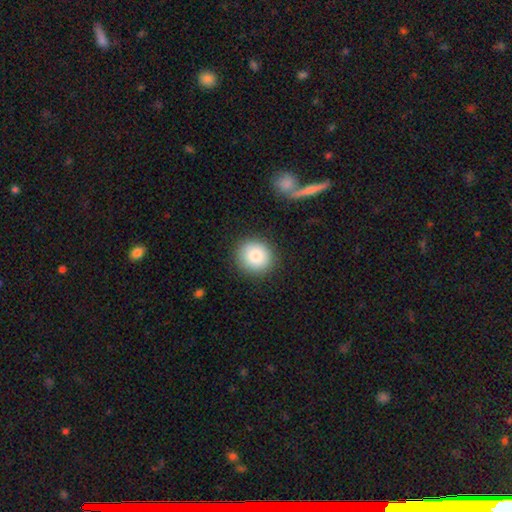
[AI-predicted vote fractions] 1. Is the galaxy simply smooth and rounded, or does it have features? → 82% smooth, 9% star or artifact, 8% featured or disk.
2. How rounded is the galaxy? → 88% round, 11% in between, 1% cigar-shaped.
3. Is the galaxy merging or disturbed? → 89% none, 7% minor disturbance, 2% major disturbance, 1% merger.